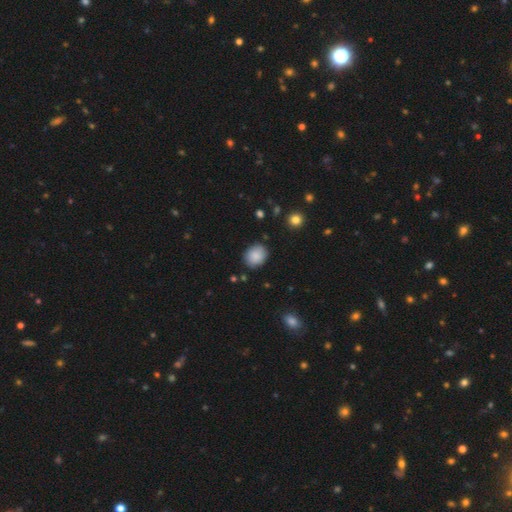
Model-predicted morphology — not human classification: Smooth or featured: smooth — 88% (star or artifact — 8%)
How rounded: round — 56% (in between — 43%)
Merging: none — 84% (minor disturbance — 12%)